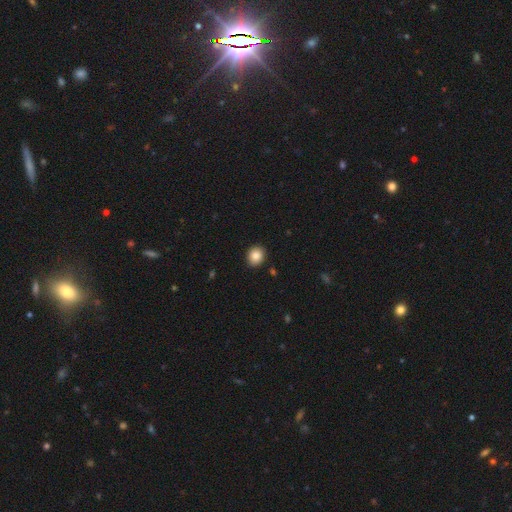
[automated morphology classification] Smooth or featured: smooth — 87% (star or artifact — 9%)
How rounded: round — 73% (in between — 26%)
Merging: none — 90% (minor disturbance — 7%)